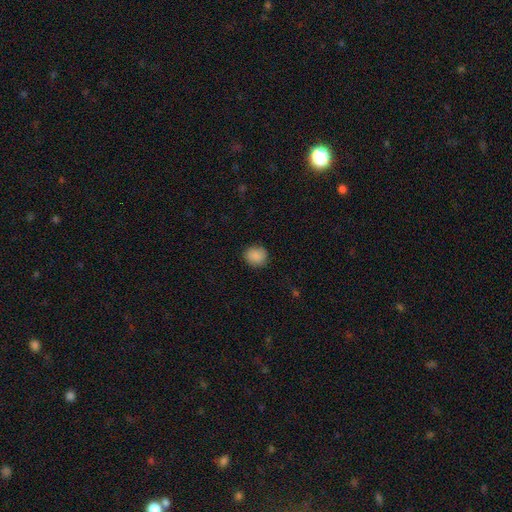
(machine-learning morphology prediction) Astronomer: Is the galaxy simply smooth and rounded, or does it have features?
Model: smooth — 88%.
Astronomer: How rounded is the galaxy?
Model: round — 77%.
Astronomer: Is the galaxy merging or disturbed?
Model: none — 87%.